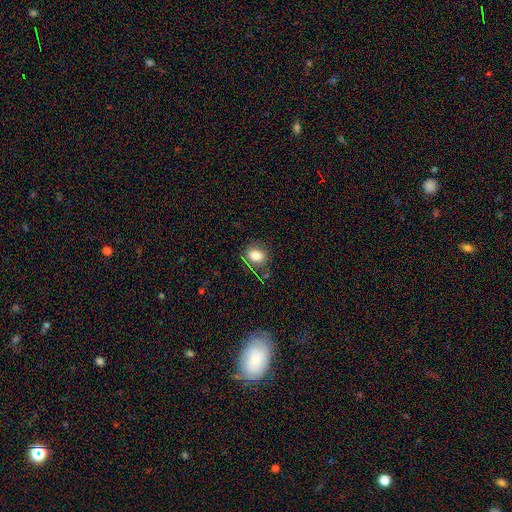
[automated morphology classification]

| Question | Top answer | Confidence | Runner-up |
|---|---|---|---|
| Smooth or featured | smooth | 80% | star or artifact (12%) |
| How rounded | in between | 52% | round (46%) |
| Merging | none | 78% | minor disturbance (14%) |